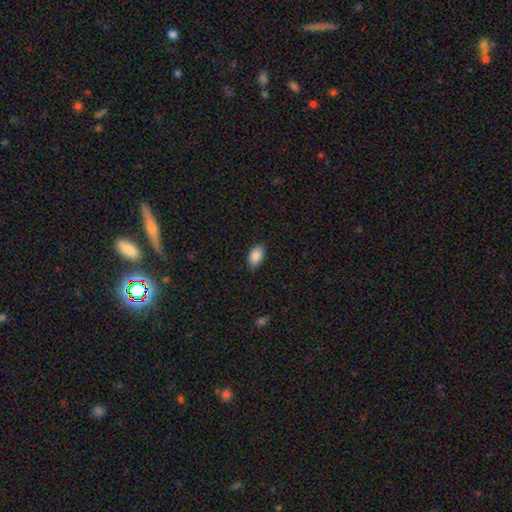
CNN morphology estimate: smooth 87%, star or artifact 7%, featured or disk 5%. Down the decision tree: how rounded — in between (93%); merging — none (81%).